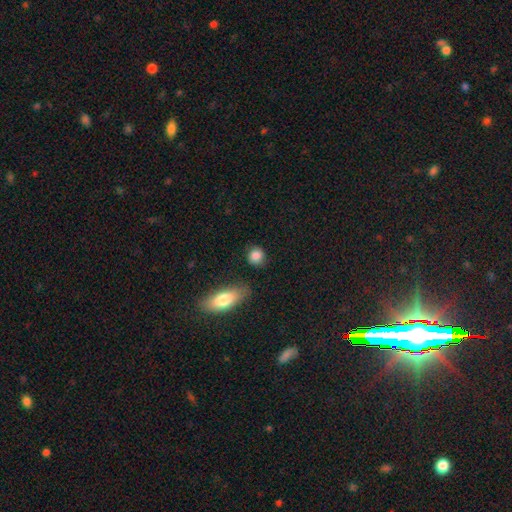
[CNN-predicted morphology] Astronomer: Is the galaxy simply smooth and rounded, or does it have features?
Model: smooth — 86%.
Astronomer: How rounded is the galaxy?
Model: round — 82%.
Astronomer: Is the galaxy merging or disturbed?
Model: none — 83%.